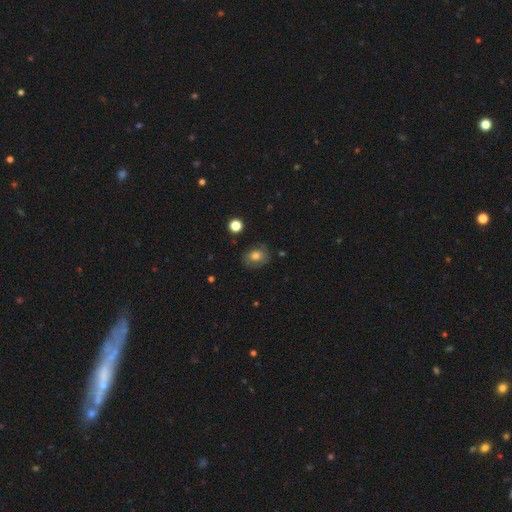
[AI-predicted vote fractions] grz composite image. It shows a smooth galaxy with no disk features (71%) that is round (50%). Merging: none (76%).